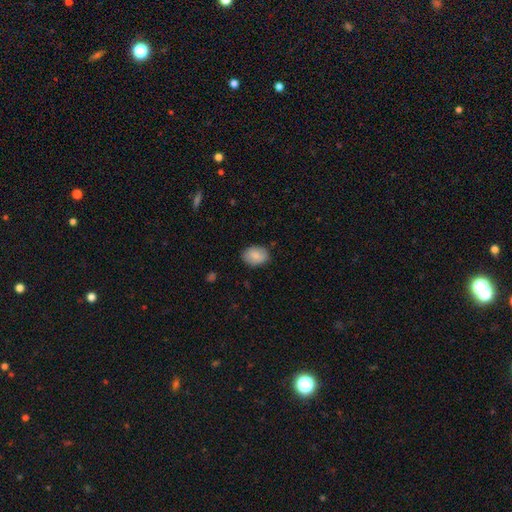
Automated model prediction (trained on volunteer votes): Smooth or featured? smooth (84%)
How rounded? in between (77%)
Merging? none (83%)